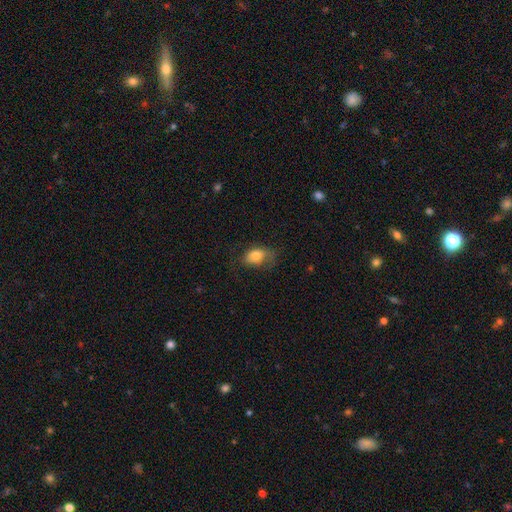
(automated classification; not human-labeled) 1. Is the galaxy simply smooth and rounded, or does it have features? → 80% smooth, 12% featured or disk, 8% star or artifact.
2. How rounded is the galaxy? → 83% in between, 15% round, 2% cigar-shaped.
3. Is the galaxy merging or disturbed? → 49% none, 31% minor disturbance, 19% major disturbance, 2% merger.